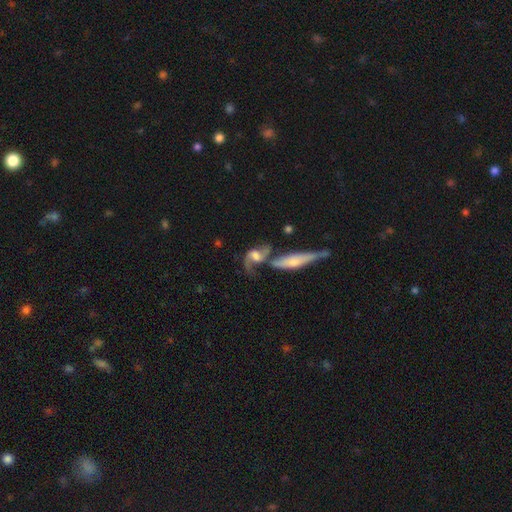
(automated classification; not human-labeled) smooth-or-featured: featured or disk: 77% | smooth: 17% | star or artifact: 7%
  disk-edge-on: no: 90% | yes: 10%
    bar: no: 46% | weak: 41% | strong: 12%
    has-spiral-arms: yes: 92% | no: 8%
      spiral-winding: loose: 65% | medium: 29% | tight: 7%
      spiral-arm-count: 2: 88% | 1: 5% | can't tell: 4% | 3: 1% | 4: 1% | more than 4: 1%
    bulge-size: moderate: 37% | large: 27% | small: 17% | none: 16% | dominant: 3%
  merging: merger: 42% | none: 31% | major disturbance: 13% | minor disturbance: 13%